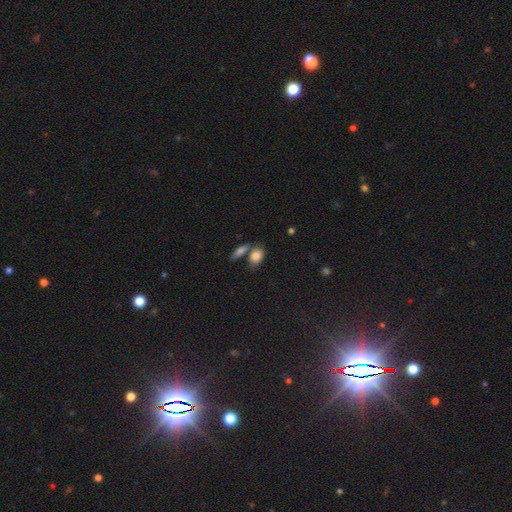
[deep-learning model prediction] This appears to be a smooth galaxy with no disk features (82%) that is in between round and cigar-shaped (79%). Merging: none (48%).